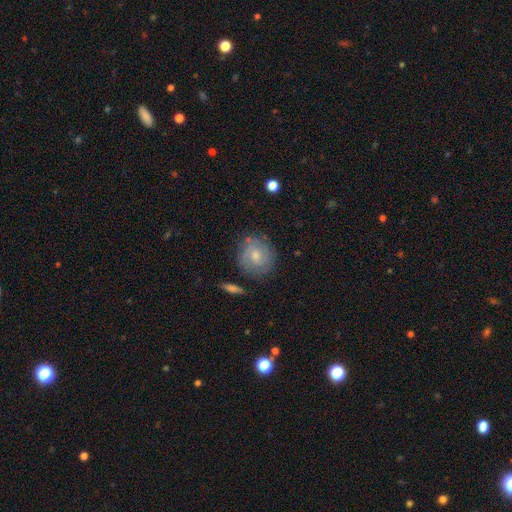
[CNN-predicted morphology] Smooth or featured? featured or disk (50%)
Edge-on disk? no (95%)
Merging? none (79%)